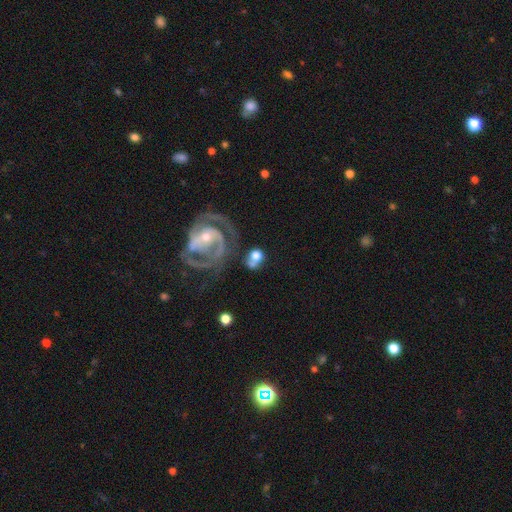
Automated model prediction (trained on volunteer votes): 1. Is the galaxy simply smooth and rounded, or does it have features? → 55% smooth, 37% featured or disk, 9% star or artifact.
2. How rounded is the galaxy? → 73% round, 26% in between, 1% cigar-shaped.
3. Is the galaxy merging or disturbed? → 54% none, 21% merger, 15% minor disturbance, 11% major disturbance.